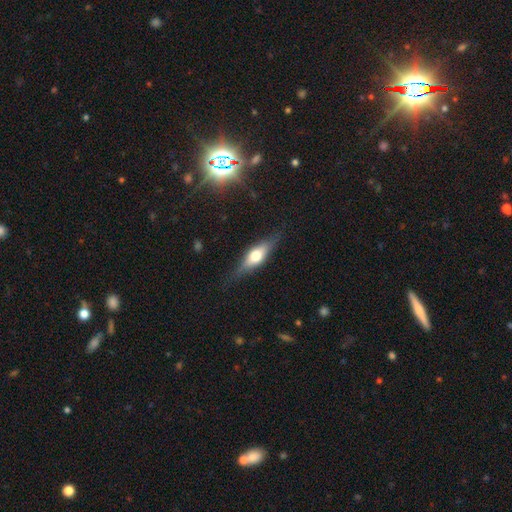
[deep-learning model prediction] Smooth or featured? Predicted: featured or disk (p=0.50). Edge-on disk? Predicted: yes (p=0.89). Merging? Predicted: none (p=0.81).